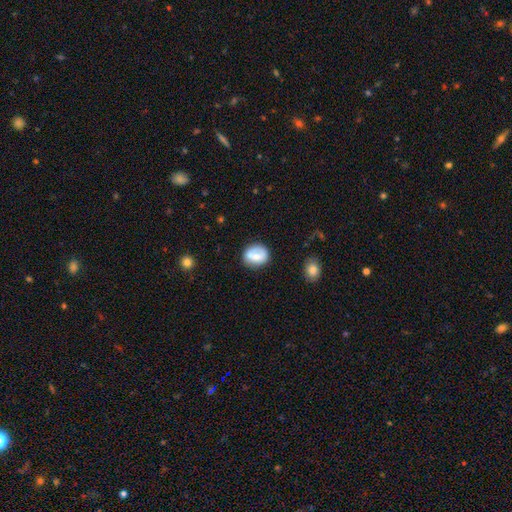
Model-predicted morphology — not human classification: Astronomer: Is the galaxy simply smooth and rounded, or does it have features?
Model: smooth — 64%.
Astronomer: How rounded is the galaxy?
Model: round — 70%.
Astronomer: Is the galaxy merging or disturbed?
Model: none — 64%.